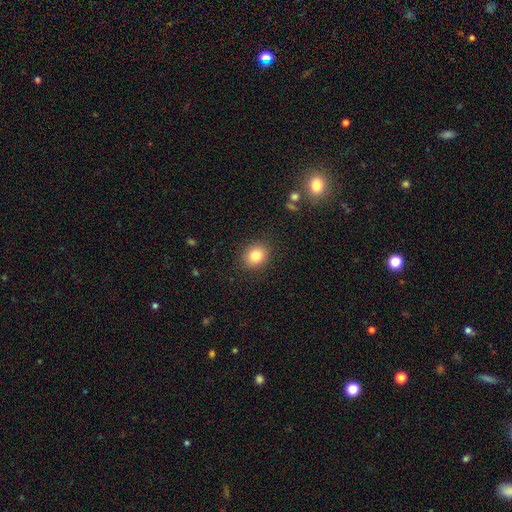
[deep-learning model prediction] Q: Smooth or featured?
A: smooth (83%); runner-up: star or artifact (10%)
Q: How rounded?
A: round (65%); runner-up: in between (35%)
Q: Merging?
A: none (89%); runner-up: minor disturbance (8%)